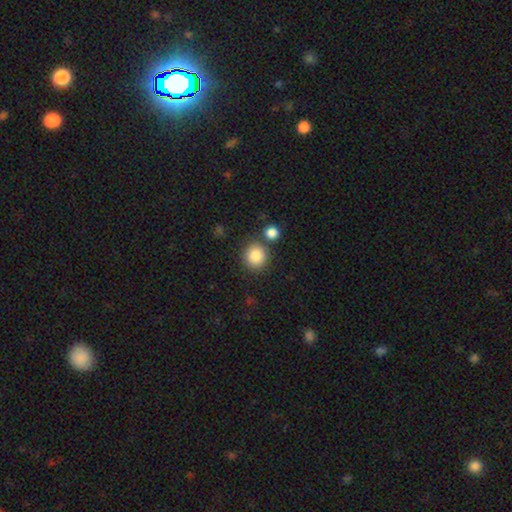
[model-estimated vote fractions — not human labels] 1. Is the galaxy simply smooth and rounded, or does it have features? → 87% smooth, 9% star or artifact, 5% featured or disk.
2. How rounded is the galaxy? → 89% round, 10% in between, 1% cigar-shaped.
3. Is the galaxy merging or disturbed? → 78% none, 11% merger, 8% minor disturbance, 3% major disturbance.